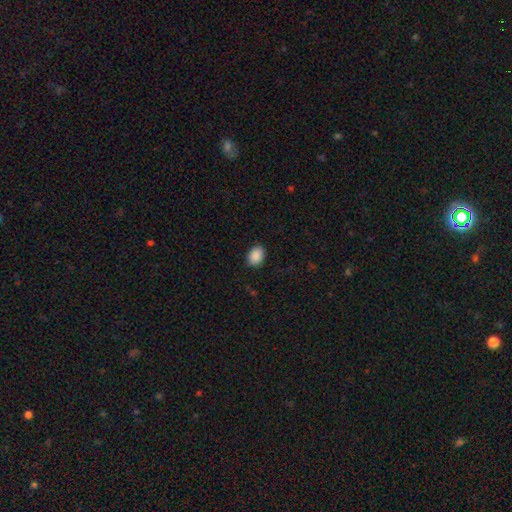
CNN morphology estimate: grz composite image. It shows a smooth galaxy with no disk features (90%) that is in between round and cigar-shaped (72%). Merging: none (89%).